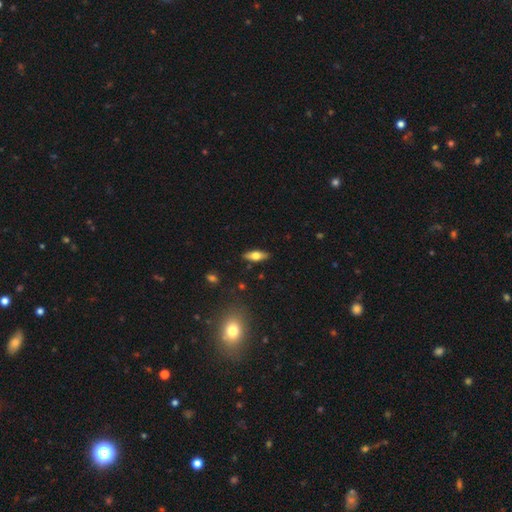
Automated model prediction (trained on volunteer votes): This is possibly a smooth galaxy (54%). How rounded: likely in between (66%). Merging: clearly none (87%).